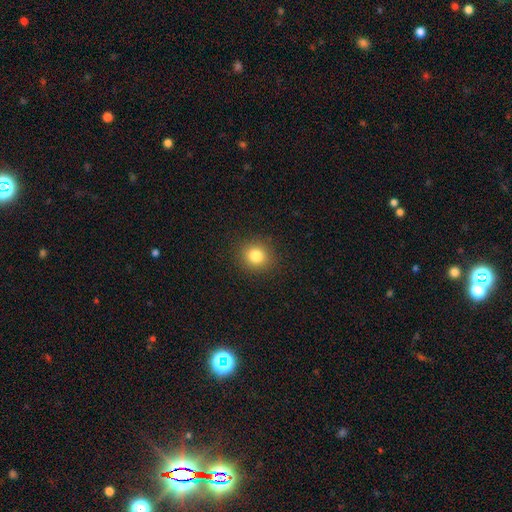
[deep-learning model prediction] This appears to be a smooth galaxy with no disk features (82%) that is round (85%). Merging: none (90%).